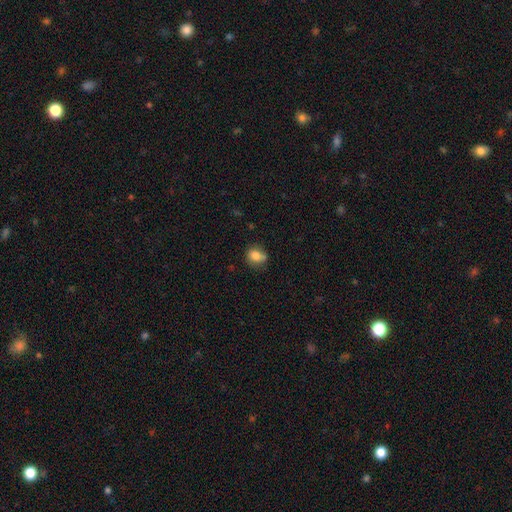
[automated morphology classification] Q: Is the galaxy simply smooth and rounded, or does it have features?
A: smooth — 80%.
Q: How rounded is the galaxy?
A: round — 65%.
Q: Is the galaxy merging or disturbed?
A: none — 60%.